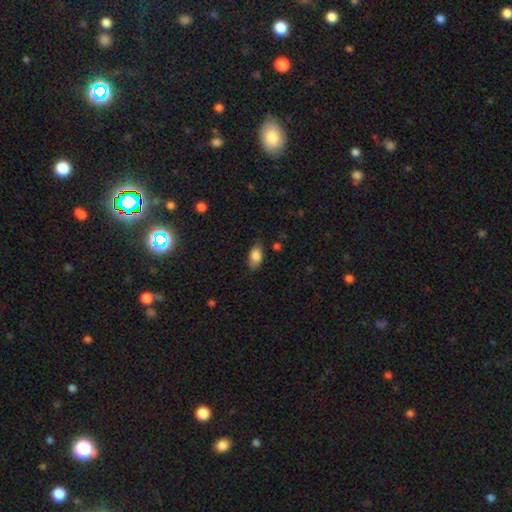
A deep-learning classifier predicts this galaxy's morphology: type=smooth (84%); roundness=in between (90%); merging=none (72%).